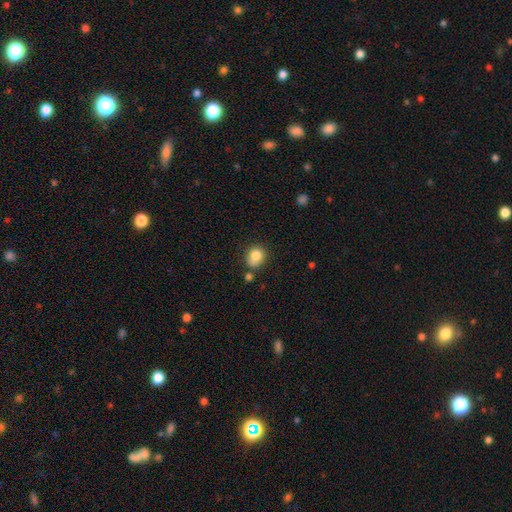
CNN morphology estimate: smooth-or-featured: smooth: 82% | star or artifact: 10% | featured or disk: 8%
  how-rounded: round: 71% | in between: 28% | cigar-shaped: 1%
  merging: none: 59% | minor disturbance: 20% | merger: 15% | major disturbance: 6%